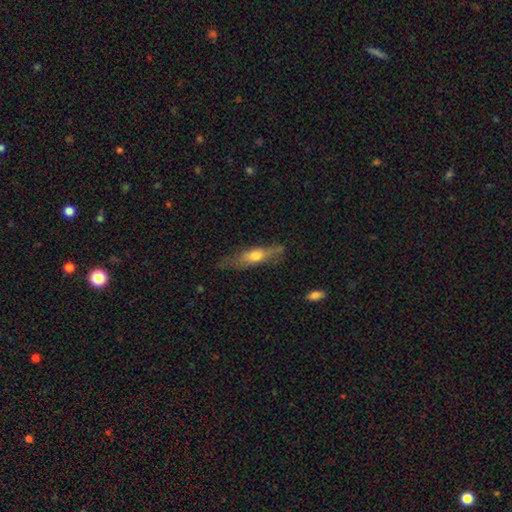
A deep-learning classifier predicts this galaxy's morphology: Smooth or featured?
  - smooth: 50% *
  - featured or disk: 43%
  - star or artifact: 7%
How rounded?
  - cigar-shaped: 64% *
  - in between: 33%
  - round: 3%
Merging?
  - none: 61% *
  - minor disturbance: 27%
  - major disturbance: 10%
  - merger: 2%